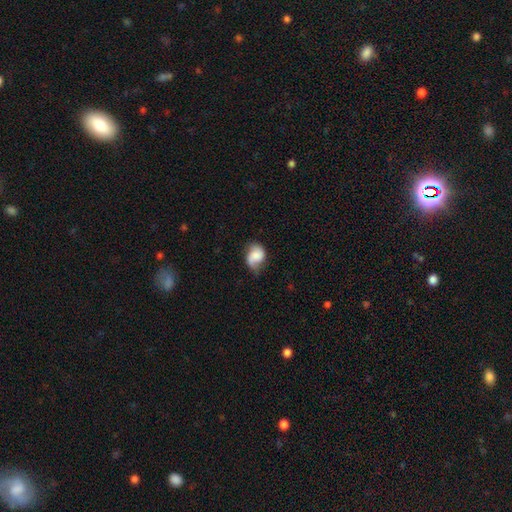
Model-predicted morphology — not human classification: The model was most divided on "merging": none: 47%, minor disturbance: 37%, major disturbance: 14%, merger: 2%. More confident: how rounded — in between (62%); smooth or featured — smooth (61%).